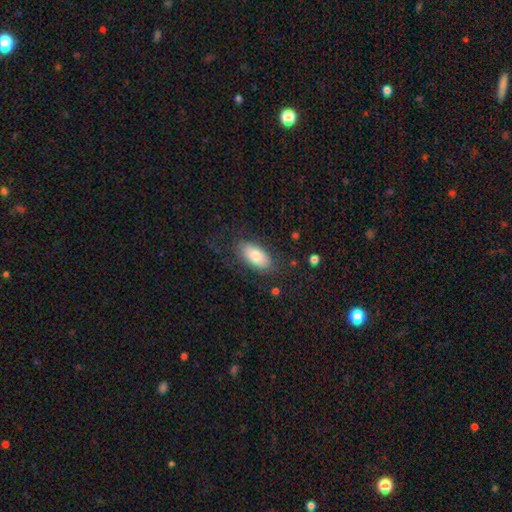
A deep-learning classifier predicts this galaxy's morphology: Smooth or featured: smooth — 76% (featured or disk — 17%)
How rounded: in between — 91% (cigar-shaped — 7%)
Merging: none — 75% (minor disturbance — 15%)